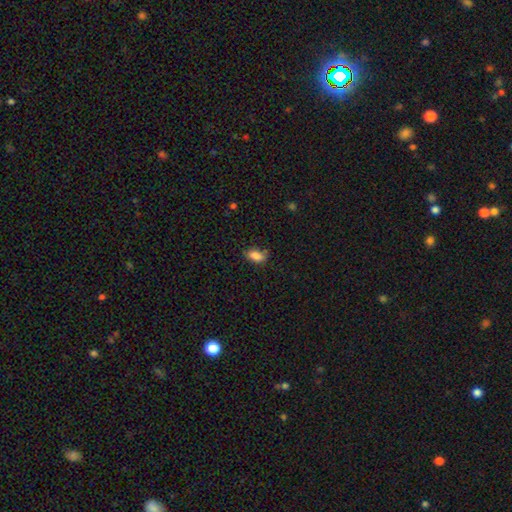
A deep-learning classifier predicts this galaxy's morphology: smooth_or_featured: smooth (p=0.85) [alt: star or artifact p=0.09]
how_rounded: in between (p=0.88) [alt: cigar-shaped p=0.07]
merging: none (p=0.69) [alt: minor disturbance p=0.24]